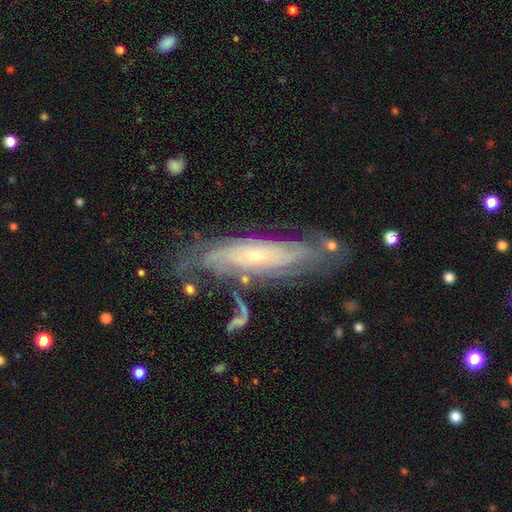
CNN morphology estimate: type=featured or disk (76%); edge-on=no (74%); bar=no (73%); spiral arms=yes (87%); bulge=small (78%); merging=none (66%).